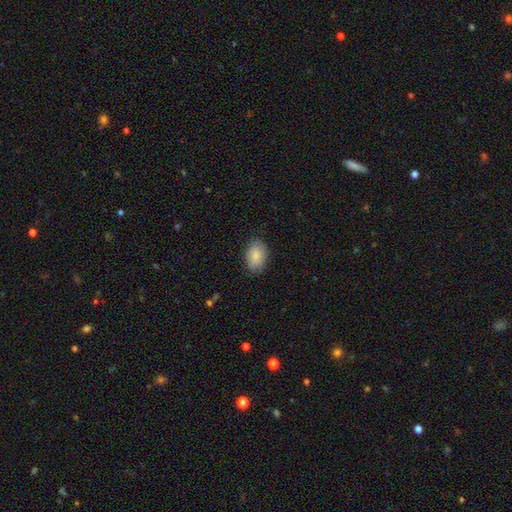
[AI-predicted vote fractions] Overall: smooth (85%). How rounded: in between (86%). Merging: none (83%).